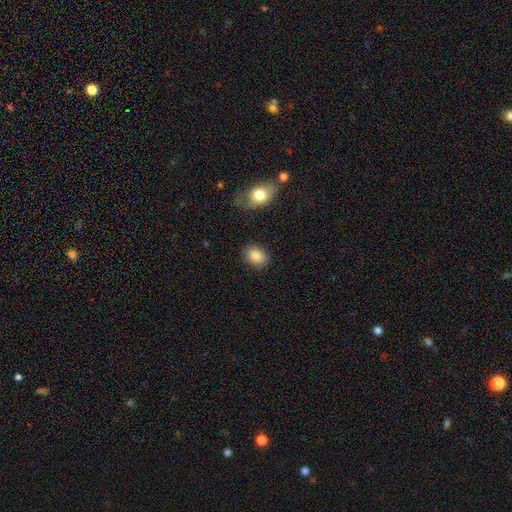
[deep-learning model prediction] Smooth or featured?
  - smooth: 86% *
  - star or artifact: 8%
  - featured or disk: 6%
How rounded?
  - in between: 71% *
  - round: 27%
  - cigar-shaped: 1%
Merging?
  - none: 85% *
  - minor disturbance: 10%
  - major disturbance: 3%
  - merger: 2%